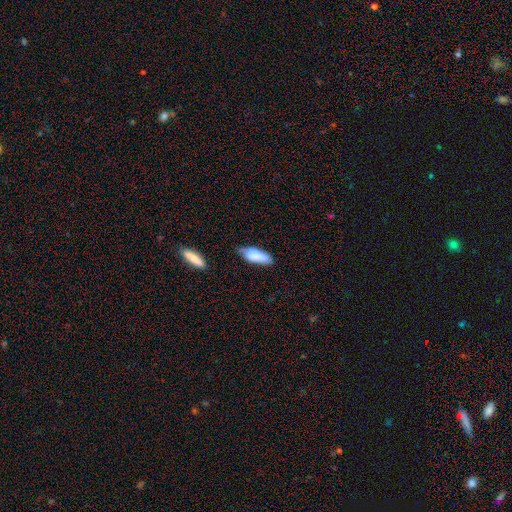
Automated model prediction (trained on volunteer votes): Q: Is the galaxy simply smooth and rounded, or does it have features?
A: smooth — 84%.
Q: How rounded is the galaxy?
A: in between — 71%.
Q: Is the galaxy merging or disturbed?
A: none — 56%.